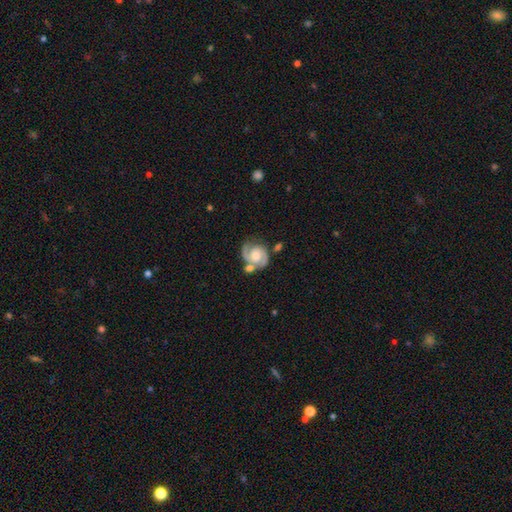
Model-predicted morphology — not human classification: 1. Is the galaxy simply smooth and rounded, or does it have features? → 87% featured or disk, 8% smooth, 5% star or artifact.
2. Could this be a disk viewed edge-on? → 98% no, 2% yes.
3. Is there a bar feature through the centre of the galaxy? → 64% no, 29% weak, 7% strong.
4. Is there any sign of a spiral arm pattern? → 97% yes, 3% no.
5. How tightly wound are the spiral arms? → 46% tight, 45% medium, 9% loose.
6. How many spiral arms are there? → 91% 2, 3% can't tell, 2% 1, 2% 3, 1% 4, 1% more than 4.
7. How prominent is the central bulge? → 55% moderate, 28% small, 9% large, 6% none, 2% dominant.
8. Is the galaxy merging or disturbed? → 62% none, 17% minor disturbance, 15% merger, 6% major disturbance.